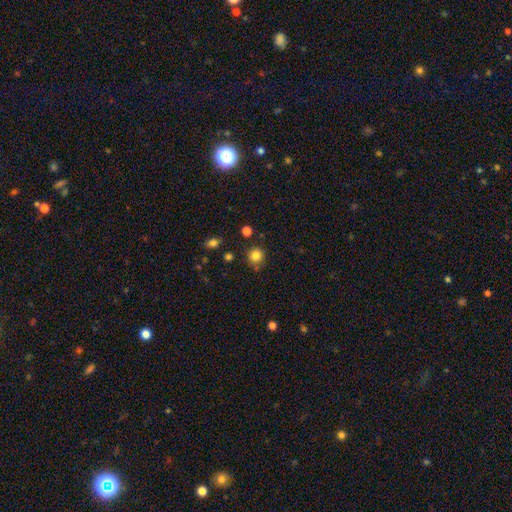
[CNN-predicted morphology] Smooth or featured? Predicted: smooth (p=0.83). How rounded? Predicted: round (p=0.90). Merging? Predicted: none (p=0.80).